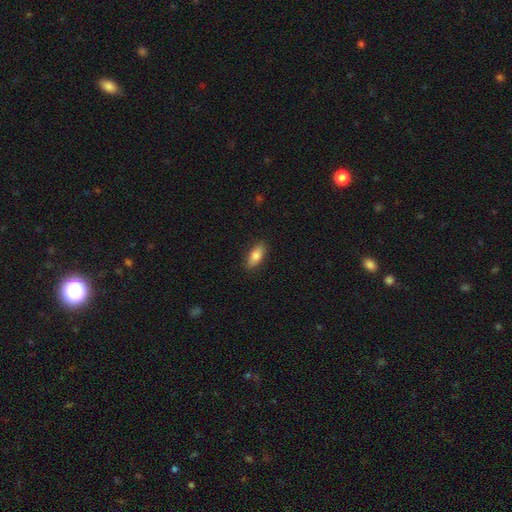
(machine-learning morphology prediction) A smooth galaxy with no disk features (80%) that is in between round and cigar-shaped (79%).

Vote fractions:
- Smooth or featured? smooth: 80% / featured or disk: 13% / star or artifact: 6%
- How rounded? in between: 79% / cigar-shaped: 18% / round: 3%
- Merging? none: 88% / minor disturbance: 9% / major disturbance: 2% / merger: 1%